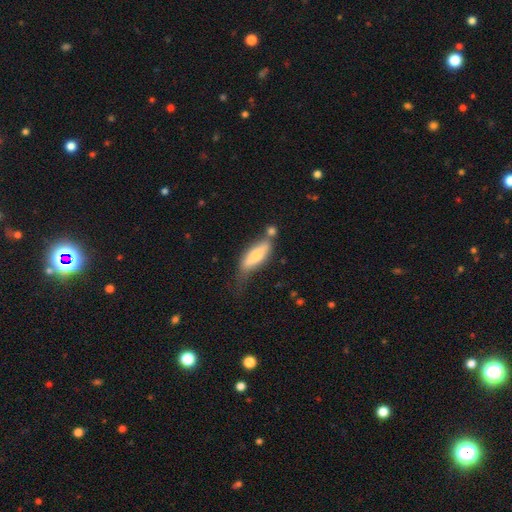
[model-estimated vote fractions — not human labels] The model was most divided on "how rounded": in between: 51%, cigar-shaped: 47%, round: 2%. Remaining: smooth or featured — smooth (68%); merging — none (38%).